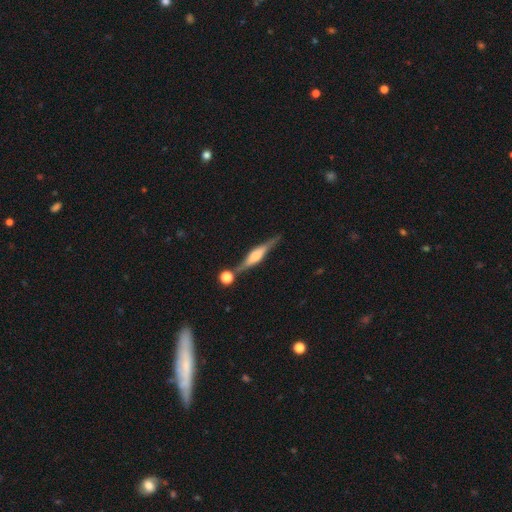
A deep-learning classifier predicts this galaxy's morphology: The model was most divided on "edge-on bulge": rounded: 58%, boxy: 36%, none: 6%. More confident: edge-on disk — yes (96%); merging — none (72%); smooth or featured — featured or disk (70%).